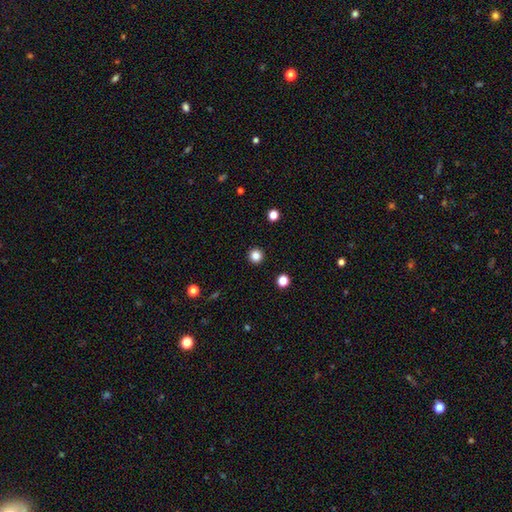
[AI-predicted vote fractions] Morphology: type=smooth (84%); roundness=round (96%); merging=none (93%).